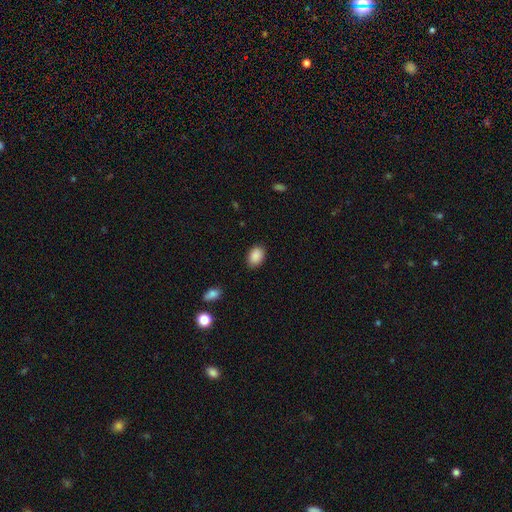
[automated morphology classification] A smooth galaxy with no disk features (89%) that is in between round and cigar-shaped (79%).

Vote fractions:
- Smooth or featured? smooth: 89% / star or artifact: 8% / featured or disk: 3%
- How rounded? in between: 79% / round: 20% / cigar-shaped: 1%
- Merging? none: 85% / minor disturbance: 11% / major disturbance: 3% / merger: 1%